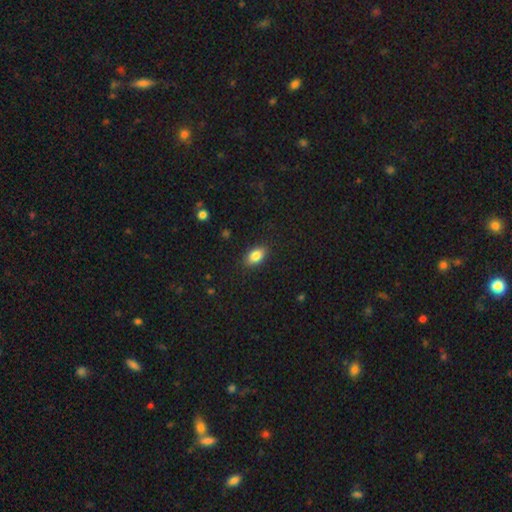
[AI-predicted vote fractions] Q: Smooth or featured?
A: smooth (85%); runner-up: star or artifact (8%)
Q: How rounded?
A: in between (87%); runner-up: round (10%)
Q: Merging?
A: none (87%); runner-up: minor disturbance (9%)